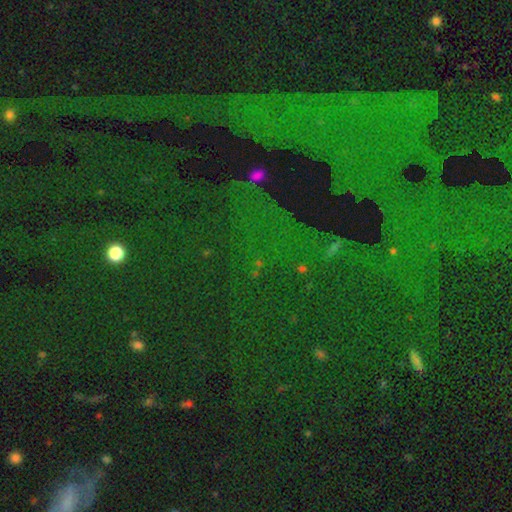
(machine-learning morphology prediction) type=star or artifact (80%).